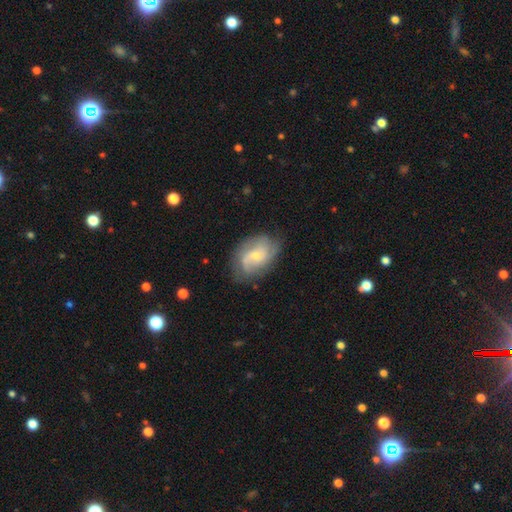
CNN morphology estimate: This is likely a featured or disk galaxy (73%). It is clearly not viewed edge-on (97%). Bar: possibly no (59%). Spiral arm pattern: clearly yes (92%). Spiral arm count: possibly 2 (45%). Spiral winding: possibly medium (45%). Central bulge: likely small (62%). Merging: likely none (71%).